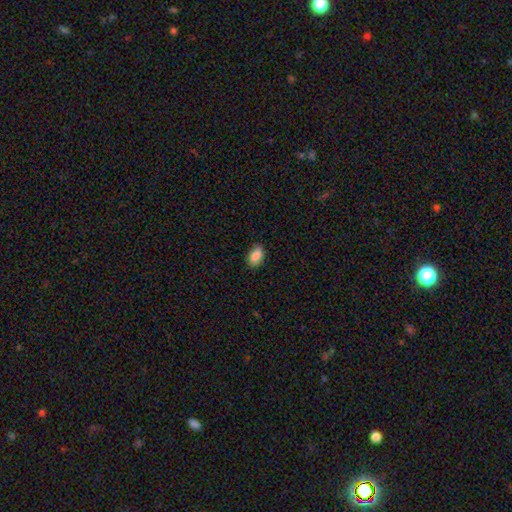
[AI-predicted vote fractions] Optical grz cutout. It shows a smooth galaxy with no disk features (86%) that is in between round and cigar-shaped (89%). Merging: none (82%).